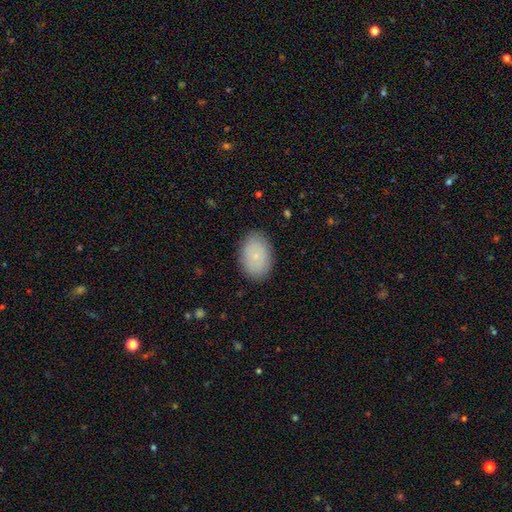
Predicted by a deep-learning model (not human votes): smooth_or_featured: smooth (p=0.81) [alt: featured or disk p=0.12]
how_rounded: in between (p=0.84) [alt: round p=0.15]
merging: none (p=0.86) [alt: minor disturbance p=0.11]